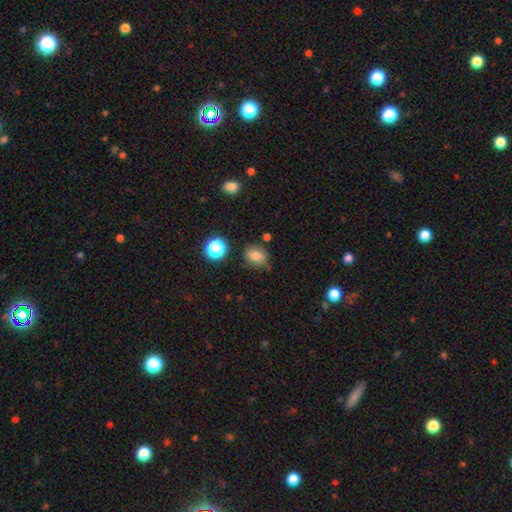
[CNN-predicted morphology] Q: Smooth or featured?
A: smooth (79%); runner-up: star or artifact (14%)
Q: How rounded?
A: in between (50%); runner-up: round (48%)
Q: Merging?
A: none (63%); runner-up: minor disturbance (26%)